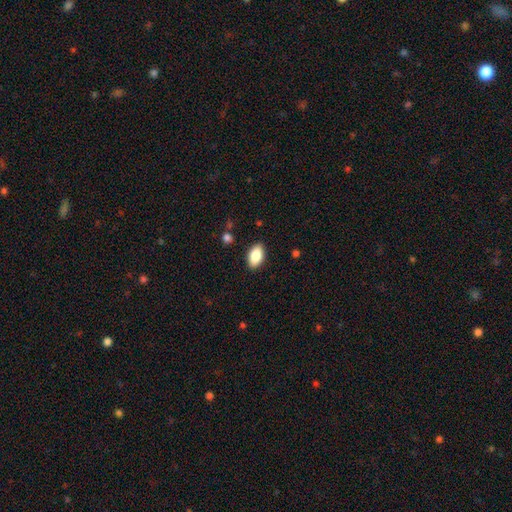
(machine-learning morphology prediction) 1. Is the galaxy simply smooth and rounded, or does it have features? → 86% smooth, 7% star or artifact, 7% featured or disk.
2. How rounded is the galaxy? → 93% in between, 4% round, 3% cigar-shaped.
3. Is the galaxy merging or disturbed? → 88% none, 9% minor disturbance, 2% major disturbance, 1% merger.